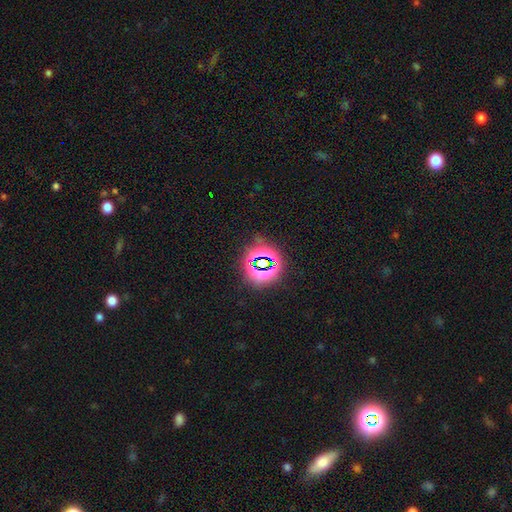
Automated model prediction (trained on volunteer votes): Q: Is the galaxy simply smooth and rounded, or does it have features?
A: star or artifact — 77%.